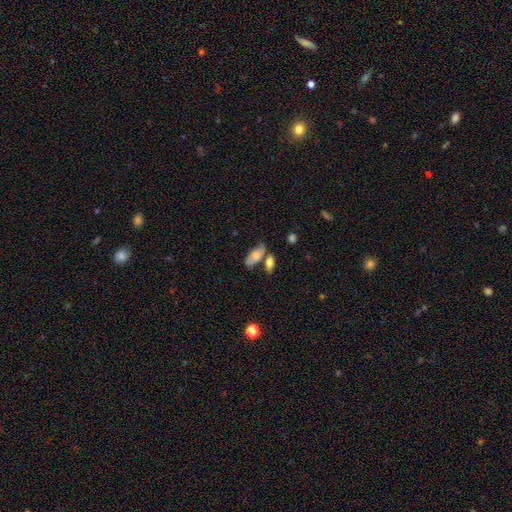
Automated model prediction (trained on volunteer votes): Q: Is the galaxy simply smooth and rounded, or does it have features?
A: smooth — 68%.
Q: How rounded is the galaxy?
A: in between — 81%.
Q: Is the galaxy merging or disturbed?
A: none — 47%.